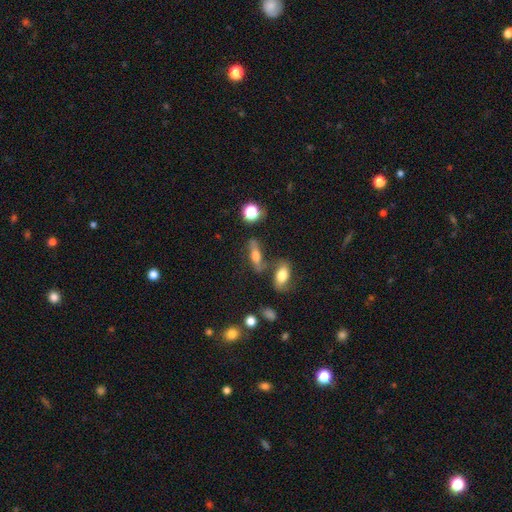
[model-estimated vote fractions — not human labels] Smooth or featured?
  - smooth: 52% *
  - featured or disk: 32%
  - star or artifact: 16%
How rounded?
  - cigar-shaped: 46% *
  - in between: 45%
  - round: 9%
Merging?
  - none: 60% *
  - minor disturbance: 17%
  - merger: 15%
  - major disturbance: 8%